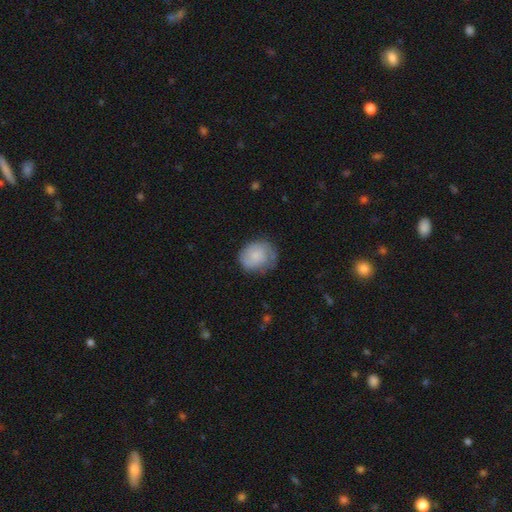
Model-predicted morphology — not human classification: Smooth or featured? Predicted: smooth (p=0.63). How rounded? Predicted: round (p=0.64). Merging? Predicted: none (p=0.57).